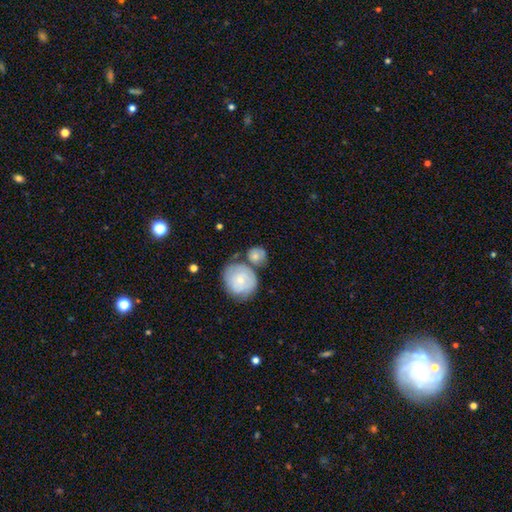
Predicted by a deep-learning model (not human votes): smooth_or_featured: smooth (p=0.69) [alt: featured or disk p=0.24]
how_rounded: round (p=0.81) [alt: in between p=0.17]
merging: none (p=0.47) [alt: merger p=0.32]